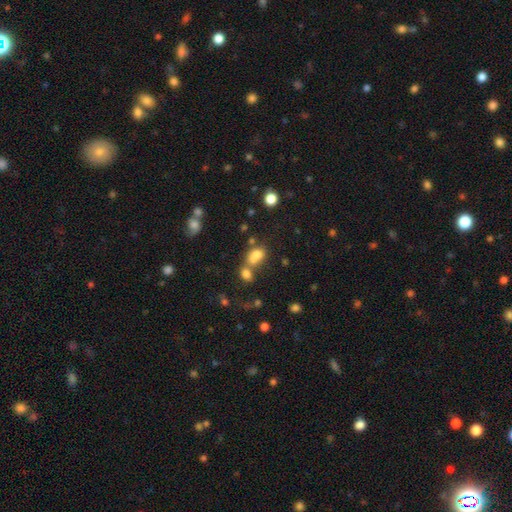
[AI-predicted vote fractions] Smooth or featured? smooth (77%)
How rounded? in between (73%)
Merging? merger (51%)